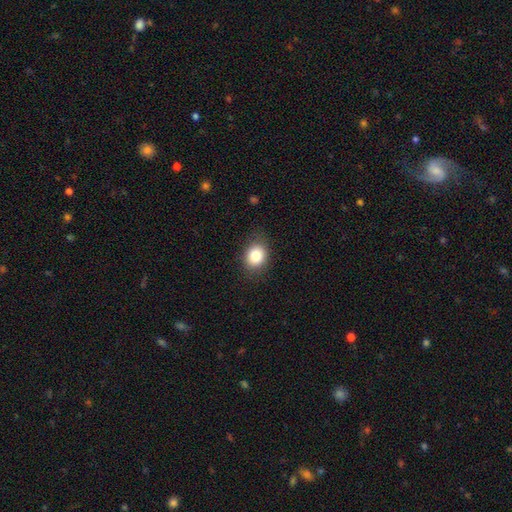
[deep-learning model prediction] This is clearly a smooth galaxy (83%). How rounded: possibly round (50%, tied with in between). Merging: clearly none (84%).